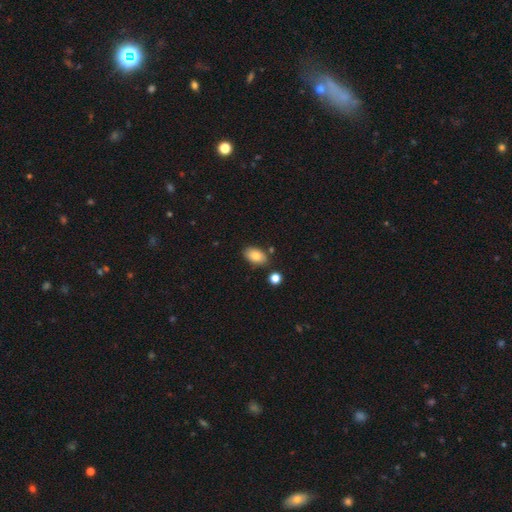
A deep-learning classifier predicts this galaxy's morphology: This is clearly a smooth galaxy (81%). How rounded: clearly in between (91%). Merging: clearly none (81%).